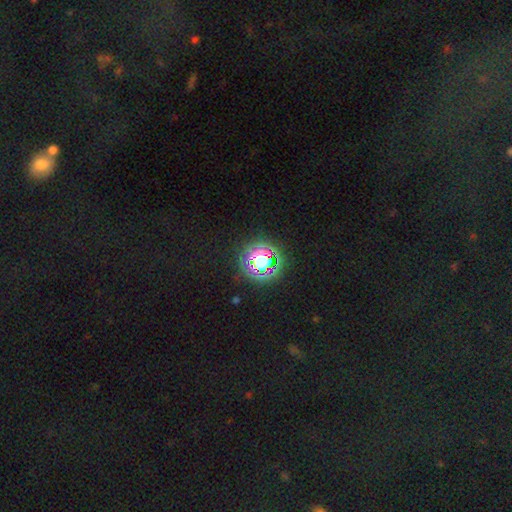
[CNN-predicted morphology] A star or artifact, not a galaxy (60%).

Vote fractions:
- Smooth or featured? star or artifact: 60% / smooth: 27% / featured or disk: 13%